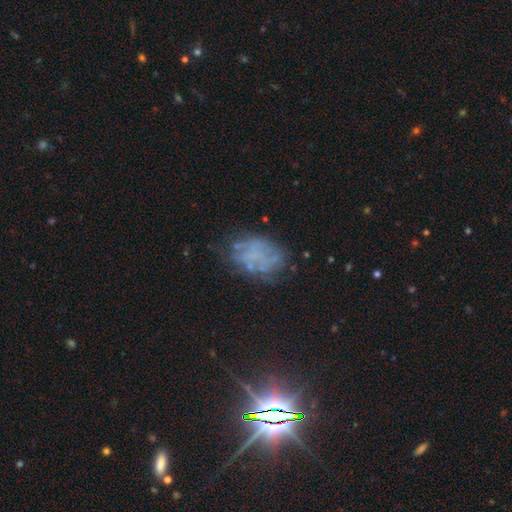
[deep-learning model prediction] This is possibly a featured or disk galaxy (51%). It is clearly not viewed edge-on (97%). Merging: possibly none (57%).